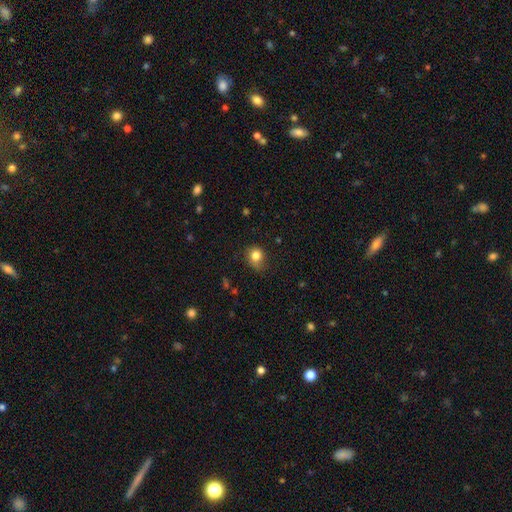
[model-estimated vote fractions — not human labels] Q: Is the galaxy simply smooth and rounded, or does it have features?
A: smooth — 82%.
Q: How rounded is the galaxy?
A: round — 72%.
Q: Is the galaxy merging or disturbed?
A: none — 60%.